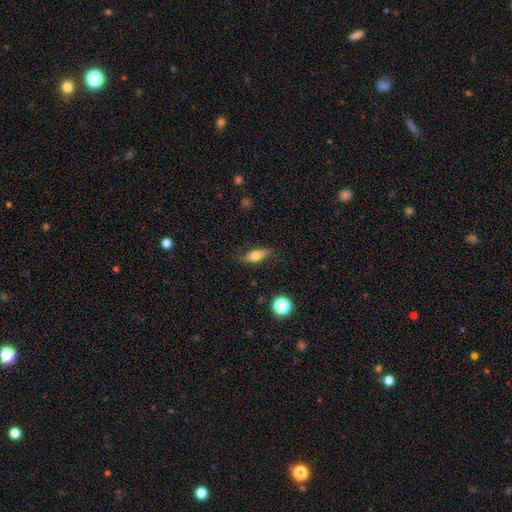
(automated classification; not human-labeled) Overall: smooth (63%; featured or disk 29%). How rounded: in between (73%). Merging: none (76%).